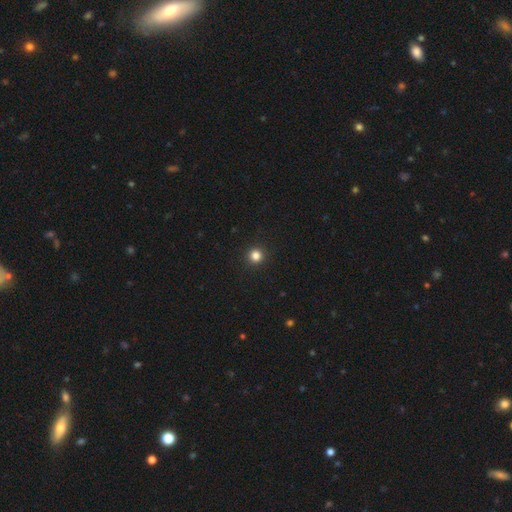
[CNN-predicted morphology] Q: Smooth or featured?
A: smooth (83%); runner-up: star or artifact (13%)
Q: How rounded?
A: round (95%); runner-up: in between (4%)
Q: Merging?
A: none (93%); runner-up: minor disturbance (4%)